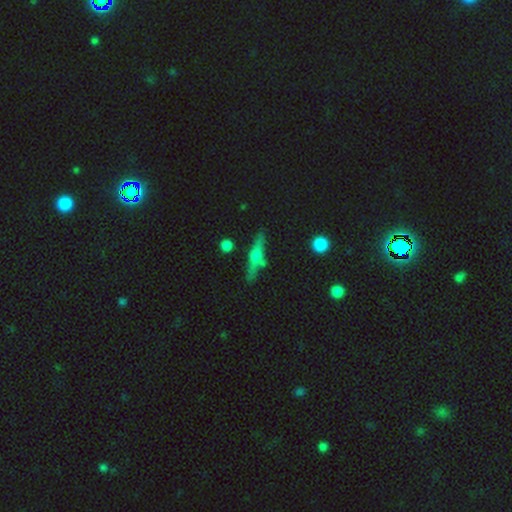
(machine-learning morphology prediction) Smooth or featured? featured or disk (66%)
Edge-on disk? yes (94%)
Edge-on bulge? rounded (88%)
Merging? none (78%)